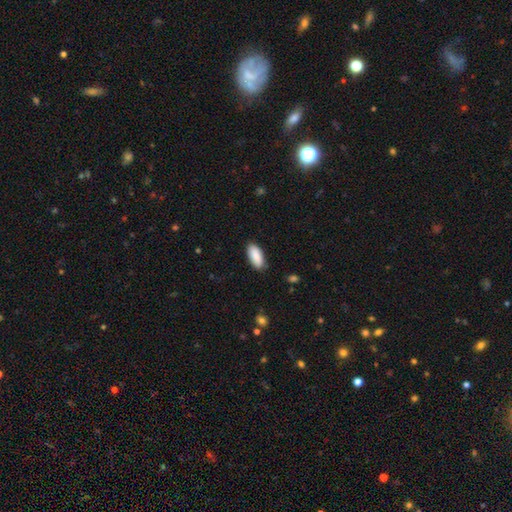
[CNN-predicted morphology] A smooth galaxy with no disk features (90%) that is in between round and cigar-shaped (87%).

Vote fractions:
- Smooth or featured? smooth: 90% / star or artifact: 6% / featured or disk: 5%
- How rounded? in between: 87% / cigar-shaped: 12% / round: 2%
- Merging? none: 86% / minor disturbance: 11% / major disturbance: 2% / merger: 1%